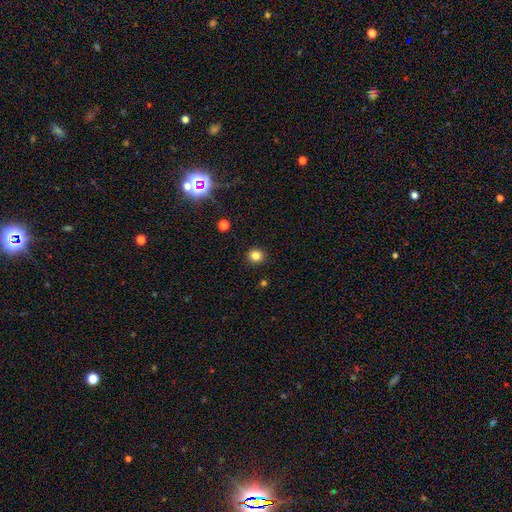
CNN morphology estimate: A smooth galaxy with no disk features (82%) that is round (90%). Merging: none (92%).